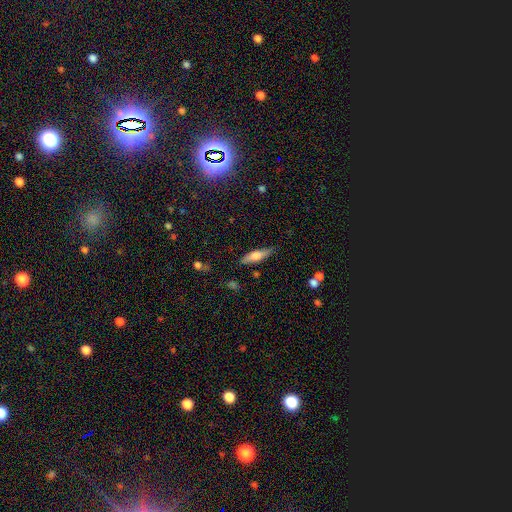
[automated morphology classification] A smooth galaxy with no disk features (61%) that is cigar-shaped (66%).

Vote fractions:
- Smooth or featured? smooth: 61% / featured or disk: 32% / star or artifact: 7%
- How rounded? cigar-shaped: 66% / in between: 32% / round: 2%
- Merging? none: 83% / minor disturbance: 12% / major disturbance: 3% / merger: 2%